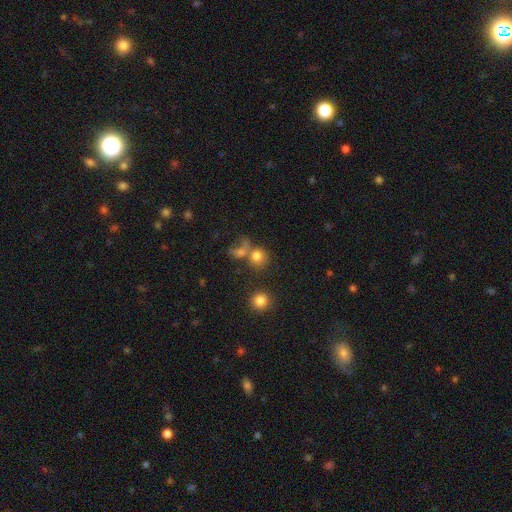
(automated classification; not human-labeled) smooth 76%, star or artifact 13%, featured or disk 11%. Down the decision tree: how rounded — round (81%); merging — none (45%).